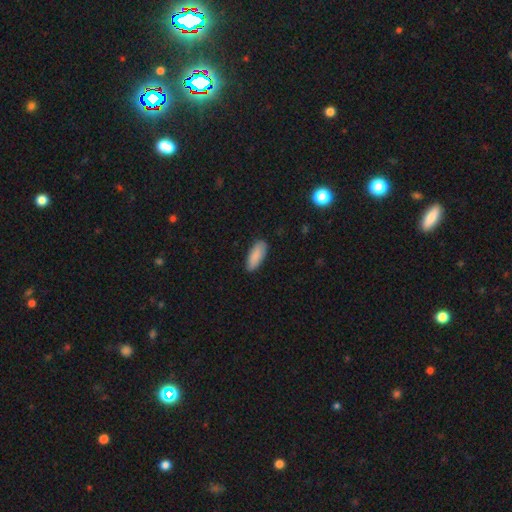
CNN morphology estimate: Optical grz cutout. It shows a smooth galaxy with no disk features (88%) that is in between round and cigar-shaped (80%). Merging: none (84%).